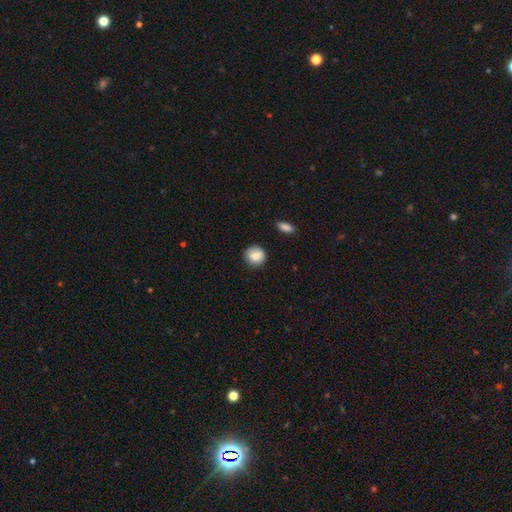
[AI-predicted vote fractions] A smooth galaxy with no disk features (84%) that is round (91%).

Vote fractions:
- Smooth or featured? smooth: 84% / featured or disk: 8% / star or artifact: 8%
- How rounded? round: 91% / in between: 8% / cigar-shaped: 1%
- Merging? none: 82% / minor disturbance: 13% / major disturbance: 3% / merger: 2%